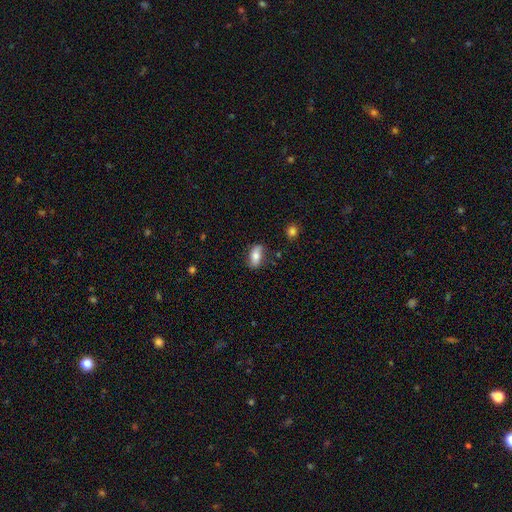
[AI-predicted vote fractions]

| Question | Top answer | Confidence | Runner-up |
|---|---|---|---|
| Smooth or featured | smooth | 72% | featured or disk (21%) |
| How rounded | in between | 86% | cigar-shaped (8%) |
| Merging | none | 78% | minor disturbance (16%) |